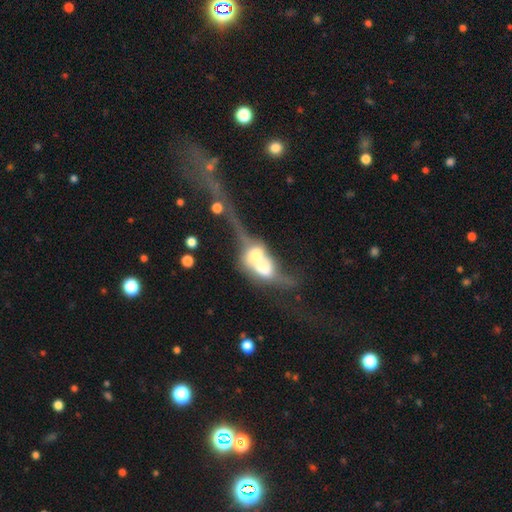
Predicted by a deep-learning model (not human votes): A featured or disk galaxy (51%).

Vote fractions:
- Smooth or featured? featured or disk: 51% / smooth: 39% / star or artifact: 10%
- Edge-on disk? no: 66% / yes: 34%
- Merging? merger: 70% / major disturbance: 15% / none: 9% / minor disturbance: 6%